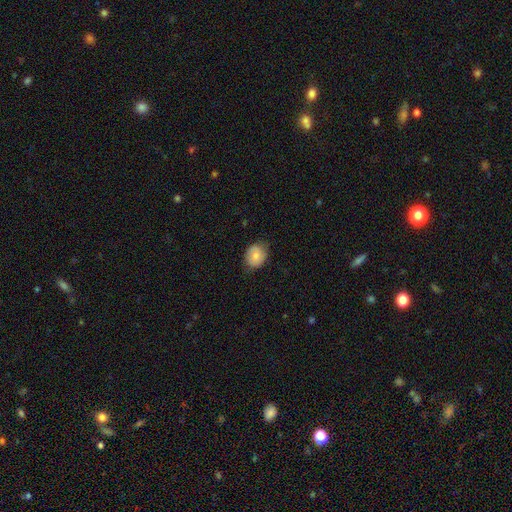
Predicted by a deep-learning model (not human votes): Smooth or featured? Predicted: smooth (p=0.79). How rounded? Predicted: round (p=0.53). Merging? Predicted: none (p=0.73).